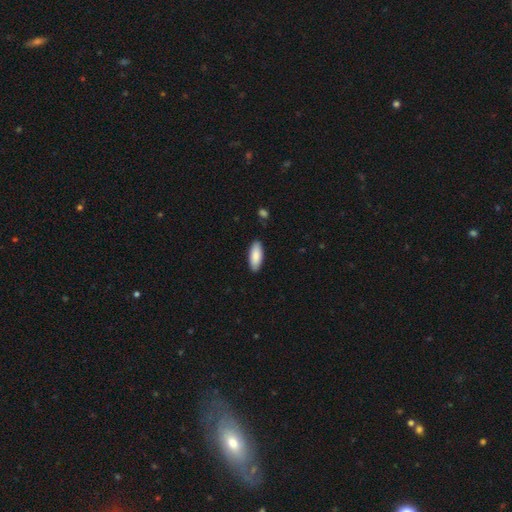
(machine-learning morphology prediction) Smooth or featured? Predicted: smooth (p=0.87). How rounded? Predicted: in between (p=0.80). Merging? Predicted: none (p=0.88).